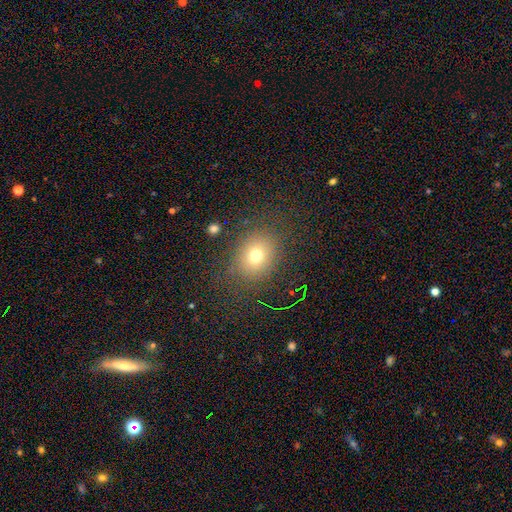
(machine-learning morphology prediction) Smooth or featured? Predicted: smooth (p=0.71). How rounded? Predicted: round (p=0.51). Merging? Predicted: none (p=0.81).